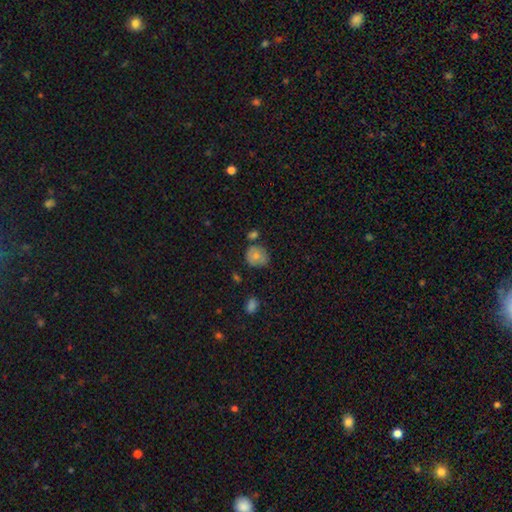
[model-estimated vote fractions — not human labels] smooth_or_featured: smooth (p=0.75) [alt: featured or disk p=0.17]
how_rounded: round (p=0.76) [alt: in between p=0.23]
merging: none (p=0.58) [alt: minor disturbance p=0.26]